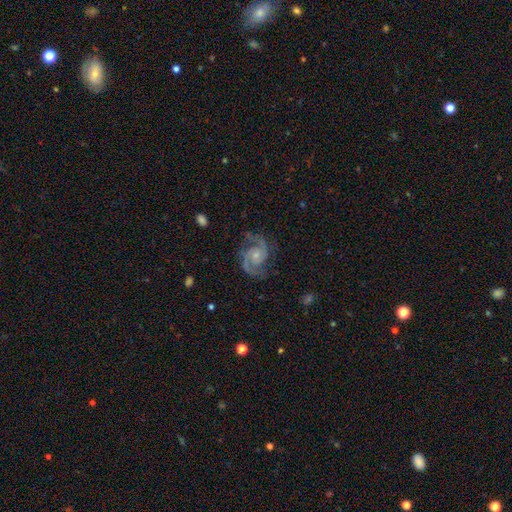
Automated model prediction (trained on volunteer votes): This appears to be a featured or disk galaxy (92%) with no bar (70%), 2 (89%) medium (58%) spiral arms (98%) and a small central bulge (60%). Merging: none (76%).